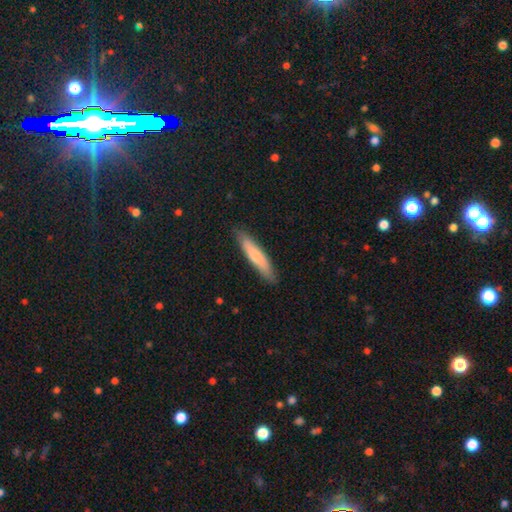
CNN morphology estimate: Smooth or featured? Predicted: smooth (p=0.70). How rounded? Predicted: cigar-shaped (p=0.87). Merging? Predicted: none (p=0.86).